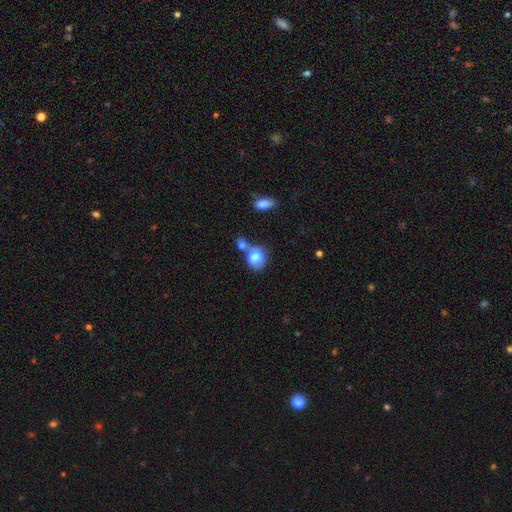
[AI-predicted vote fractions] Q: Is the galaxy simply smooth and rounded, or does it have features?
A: smooth — 78%.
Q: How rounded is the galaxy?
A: round — 51%.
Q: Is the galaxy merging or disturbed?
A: merger — 45%.